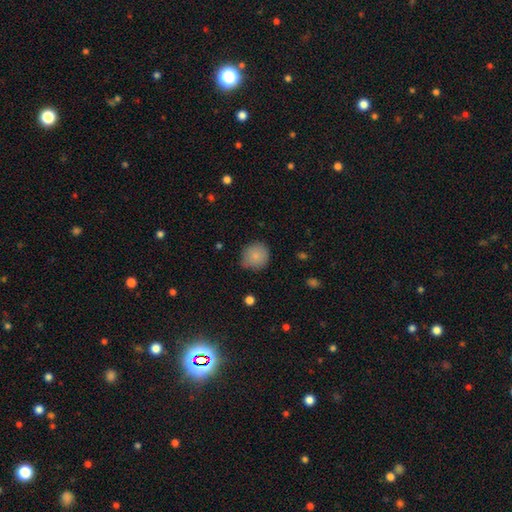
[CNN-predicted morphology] type=smooth (85%); roundness=round (88%); merging=none (74%).